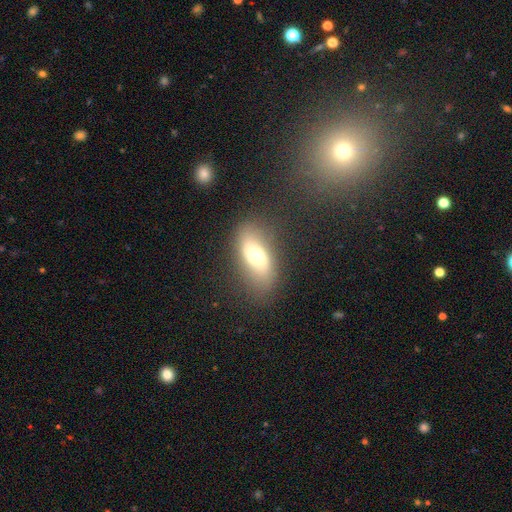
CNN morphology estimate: Overall: smooth (58%; featured or disk 33%). How rounded: in between (82%). Merging: none (76%).